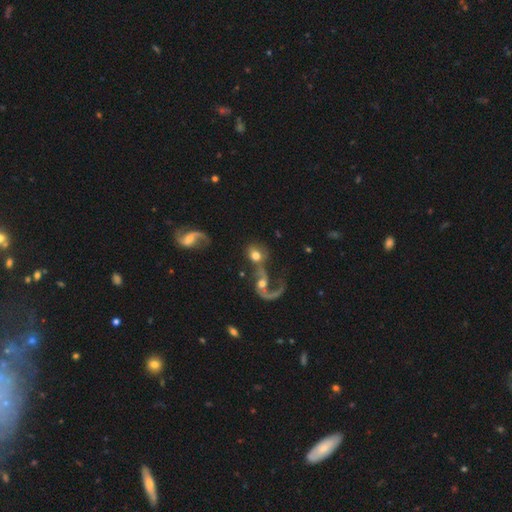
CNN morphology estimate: Smooth or featured? smooth (54%)
How rounded? round (64%)
Merging? merger (55%)